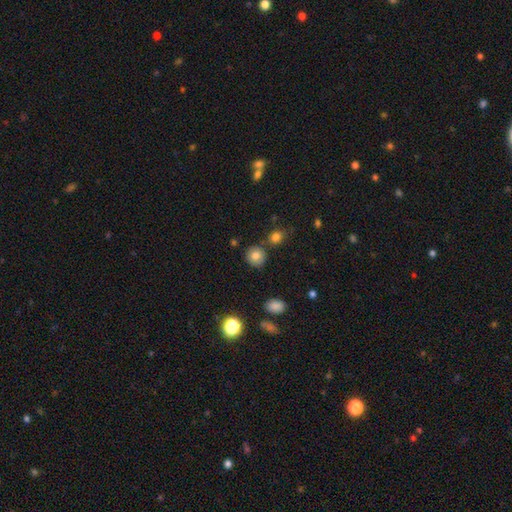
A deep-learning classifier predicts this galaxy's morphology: smooth_or_featured: smooth (p=0.80) [alt: star or artifact p=0.11]
how_rounded: round (p=0.88) [alt: in between p=0.11]
merging: none (p=0.80) [alt: minor disturbance p=0.10]